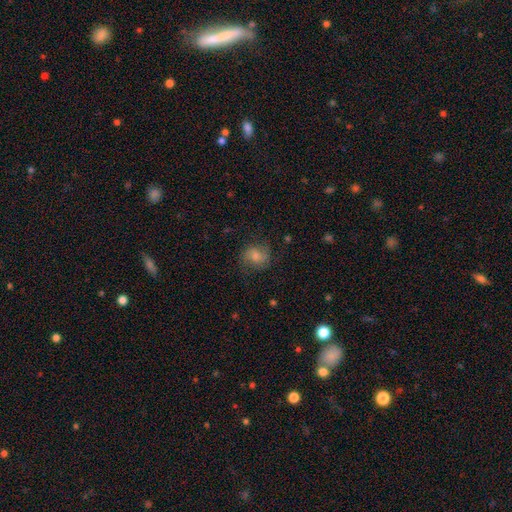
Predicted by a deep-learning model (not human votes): Smooth or featured? smooth (57%)
How rounded? round (68%)
Merging? none (68%)